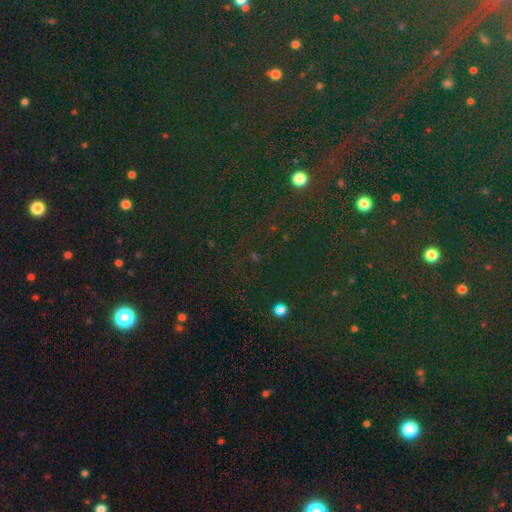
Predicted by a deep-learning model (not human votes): A star or artifact, not a galaxy (80%).